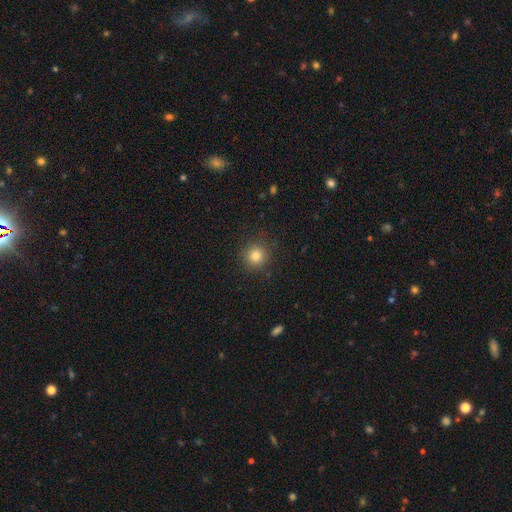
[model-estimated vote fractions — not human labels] Q: Smooth or featured?
A: smooth (81%); runner-up: star or artifact (13%)
Q: How rounded?
A: round (93%); runner-up: in between (6%)
Q: Merging?
A: none (89%); runner-up: minor disturbance (7%)